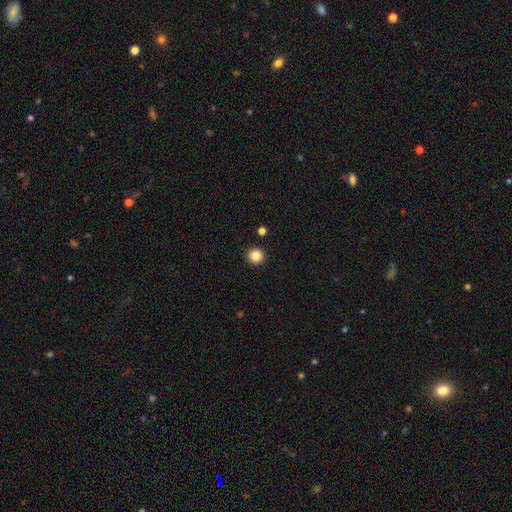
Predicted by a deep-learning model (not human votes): smooth_or_featured: smooth (p=0.84) [alt: star or artifact p=0.11]
how_rounded: round (p=0.95) [alt: in between p=0.04]
merging: none (p=0.93) [alt: minor disturbance p=0.04]